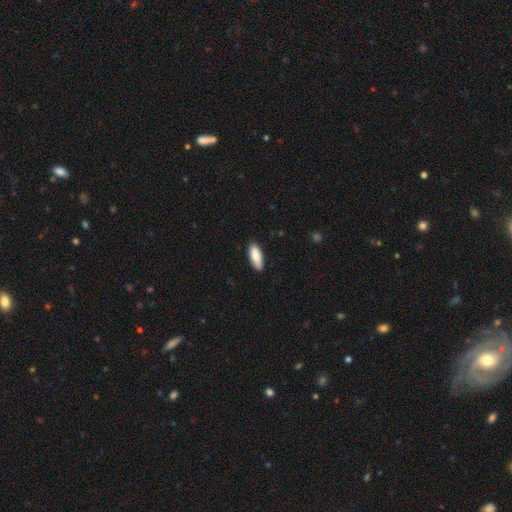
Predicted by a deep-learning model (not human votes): Smooth or featured? smooth (86%)
How rounded? in between (65%)
Merging? none (87%)